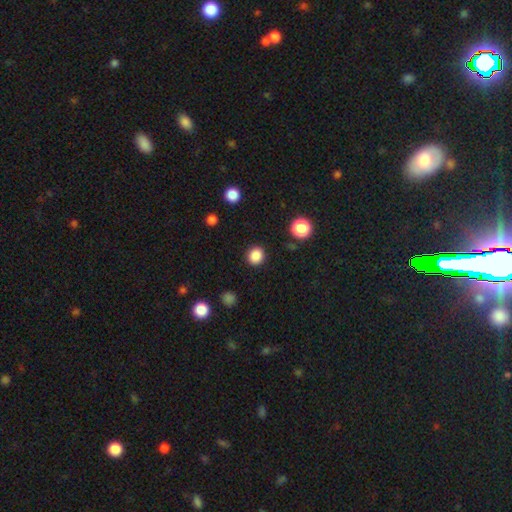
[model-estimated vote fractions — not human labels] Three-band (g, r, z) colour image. It shows a smooth galaxy with no disk features (86%) that is round (87%). Merging: none (90%).